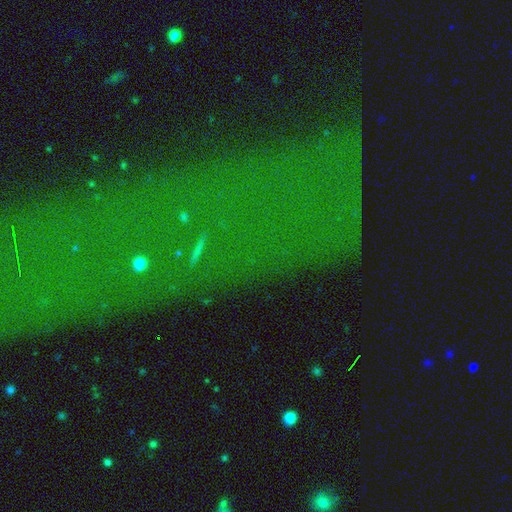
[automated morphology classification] Smooth or featured: star or artifact — 75% (featured or disk — 13%)